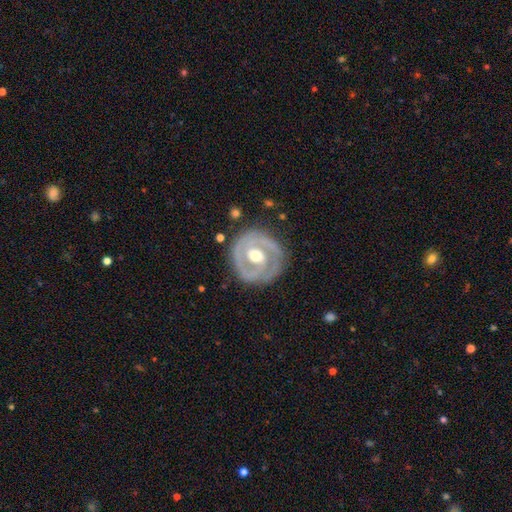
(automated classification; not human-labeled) Q: Smooth or featured?
A: featured or disk (83%); runner-up: smooth (13%)
Q: Edge-on disk?
A: no (97%); runner-up: yes (3%)
Q: Bar?
A: no (44%); runner-up: weak (39%)
Q: Spiral arms?
A: yes (82%); runner-up: no (18%)
Q: Spiral winding?
A: tight (68%); runner-up: medium (26%)
Q: Spiral arm count?
A: 2 (63%); runner-up: can't tell (14%)
Q: Bulge size?
A: moderate (75%); runner-up: small (16%)
Q: Merging?
A: none (81%); runner-up: minor disturbance (13%)